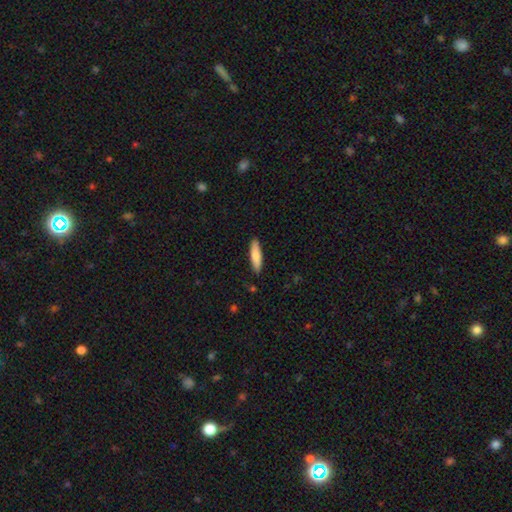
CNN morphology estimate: smooth_or_featured: smooth (p=0.80) [alt: featured or disk p=0.14]
how_rounded: cigar-shaped (p=0.72) [alt: in between p=0.27]
merging: none (p=0.88) [alt: minor disturbance p=0.09]